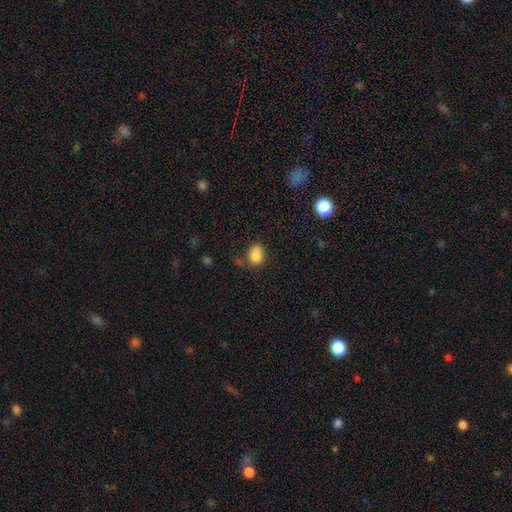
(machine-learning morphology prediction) This is clearly a smooth galaxy (82%). How rounded: possibly in between (53%). Merging: possibly none (53%).